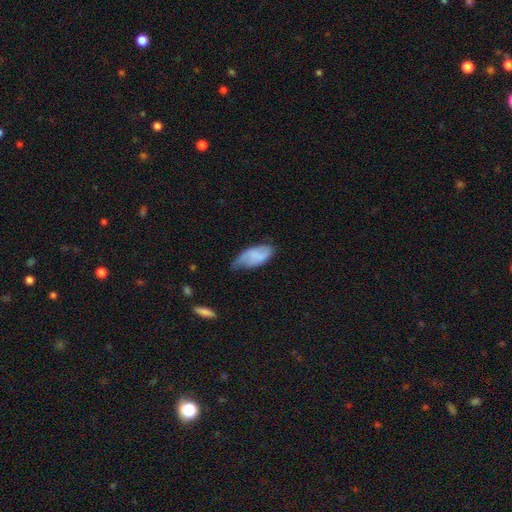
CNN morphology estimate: The model was most divided on "merging": minor disturbance: 49%, none: 29%, major disturbance: 19%, merger: 2%. More confident: how rounded — in between (93%); smooth or featured — smooth (72%).